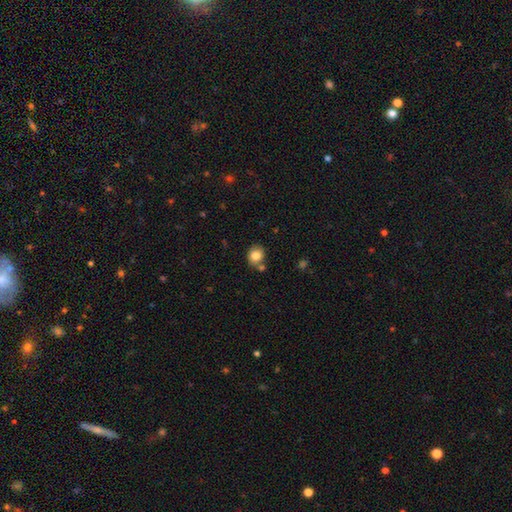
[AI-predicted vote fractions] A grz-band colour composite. It shows a smooth galaxy with no disk features (83%) that is round (66%). Merging: none (66%).